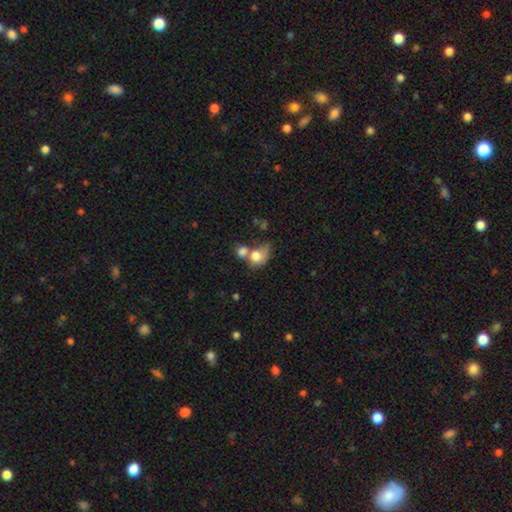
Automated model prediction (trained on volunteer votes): A smooth galaxy with no disk features (76%) that is in between round and cigar-shaped (56%).

Vote fractions:
- Smooth or featured? smooth: 76% / featured or disk: 15% / star or artifact: 9%
- How rounded? in between: 56% / round: 42% / cigar-shaped: 2%
- Merging? merger: 57% / none: 20% / minor disturbance: 12% / major disturbance: 11%